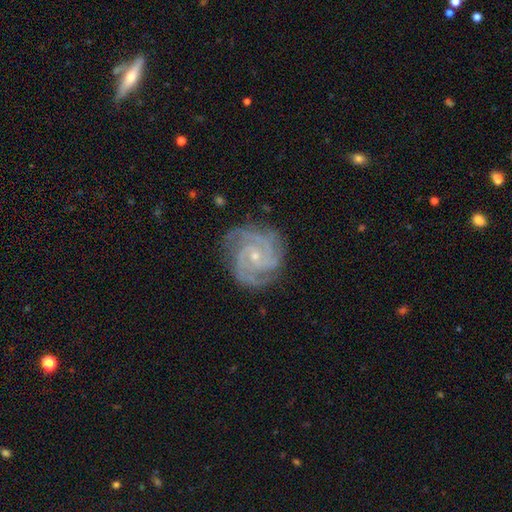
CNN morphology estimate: A featured or disk galaxy (92%) with no bar (68%), 3 (50%) tight (68%) spiral arms (99%) and a small central bulge (75%).

Vote fractions:
- Smooth or featured? featured or disk: 92% / star or artifact: 5% / smooth: 3%
- Edge-on disk? no: 98% / yes: 2%
- Bar? no: 68% / weak: 26% / strong: 7%
- Spiral arms? yes: 99% / no: 1%
- Spiral winding? tight: 68% / medium: 29% / loose: 3%
- Spiral arm count? 3: 50% / 2: 18% / 4: 15% / can't tell: 8% / more than 4: 5% / 1: 5%
- Bulge size? small: 75% / moderate: 22% / none: 2% / large: 1% / dominant: 1%
- Merging? none: 79% / minor disturbance: 16% / major disturbance: 4% / merger: 1%